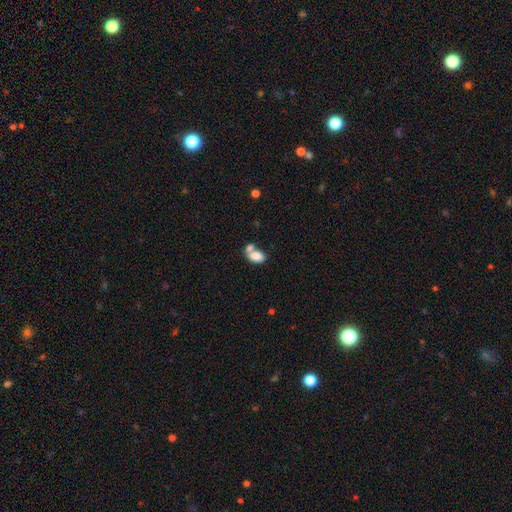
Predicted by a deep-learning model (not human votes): Smooth or featured?
  - smooth: 81% *
  - featured or disk: 11%
  - star or artifact: 9%
How rounded?
  - in between: 88% *
  - round: 10%
  - cigar-shaped: 2%
Merging?
  - merger: 53% *
  - none: 32%
  - minor disturbance: 10%
  - major disturbance: 5%